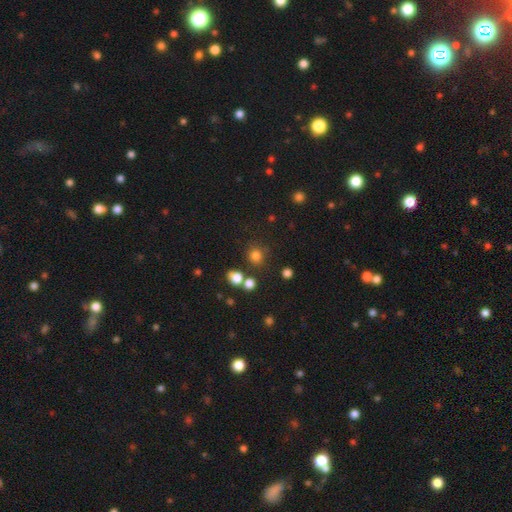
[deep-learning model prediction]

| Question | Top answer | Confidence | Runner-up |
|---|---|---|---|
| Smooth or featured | smooth | 77% | star or artifact (17%) |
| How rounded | round | 84% | in between (15%) |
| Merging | none | 74% | minor disturbance (11%) |